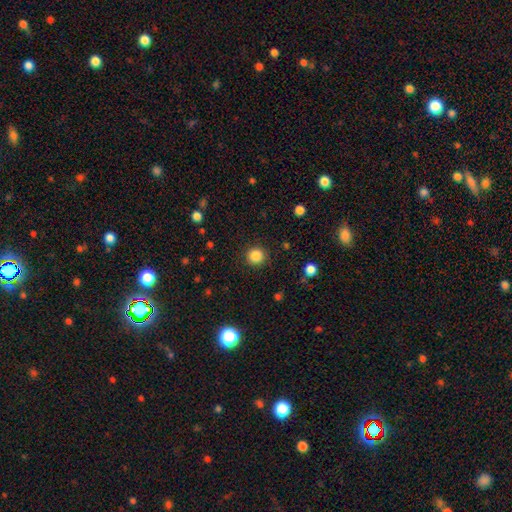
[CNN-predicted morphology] type=smooth (85%); roundness=round (94%); merging=none (91%).